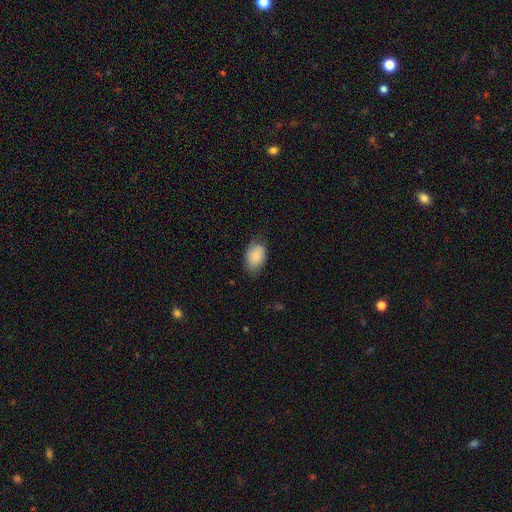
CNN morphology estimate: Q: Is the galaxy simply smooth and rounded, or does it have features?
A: smooth — 81%.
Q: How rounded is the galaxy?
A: in between — 84%.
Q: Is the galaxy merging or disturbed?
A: none — 68%.